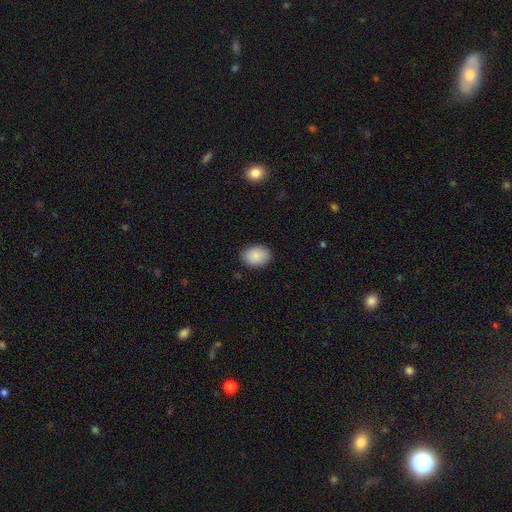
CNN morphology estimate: This appears to be a smooth galaxy with no disk features (88%) that is in between round and cigar-shaped (70%). Merging: none (87%).